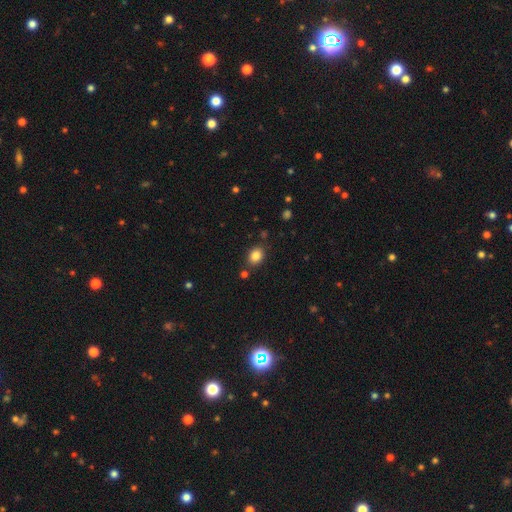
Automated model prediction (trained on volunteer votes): Morphology: type=smooth (84%); roundness=in between (56%); merging=none (81%).